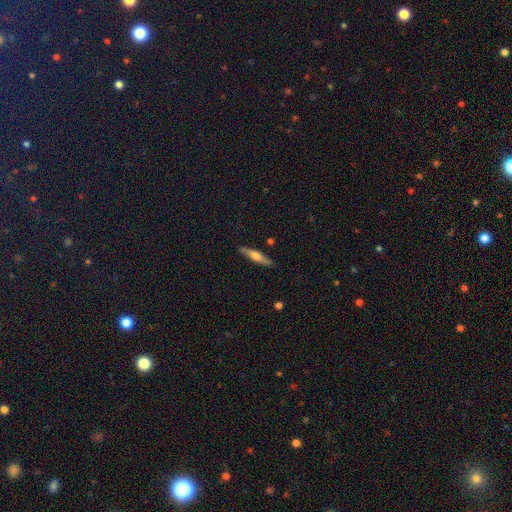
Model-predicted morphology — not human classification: Smooth or featured? featured or disk (51%)
Edge-on disk? yes (92%)
Merging? none (85%)